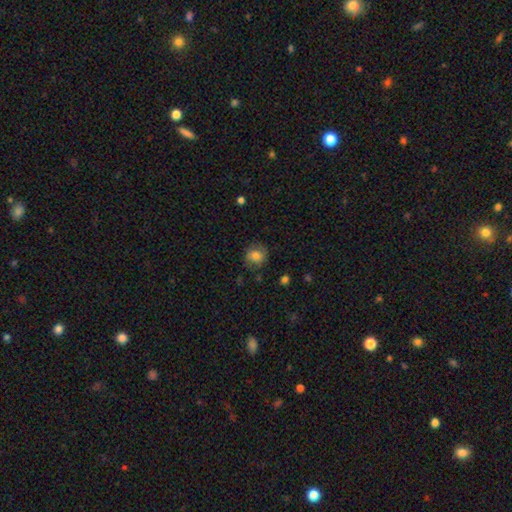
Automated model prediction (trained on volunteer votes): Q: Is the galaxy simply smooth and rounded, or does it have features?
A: smooth — 76%.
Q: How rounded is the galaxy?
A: round — 80%.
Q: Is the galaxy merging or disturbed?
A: none — 76%.